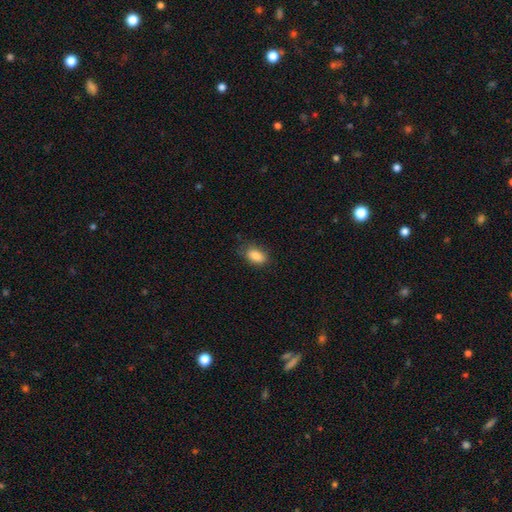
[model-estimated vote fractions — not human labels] This appears to be a smooth galaxy with no disk features (88%) that is in between round and cigar-shaped (89%). Merging: none (74%).